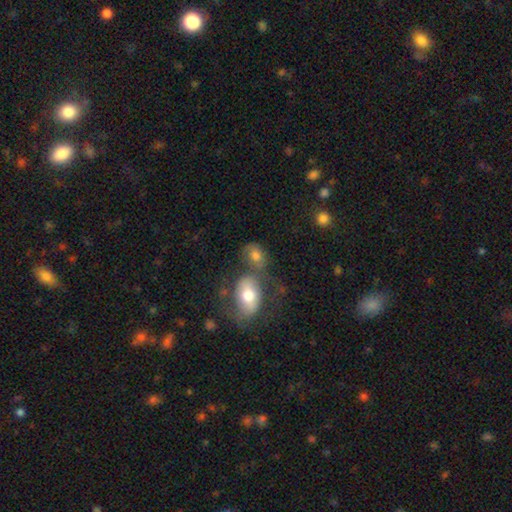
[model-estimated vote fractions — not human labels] Smooth or featured? Predicted: smooth (p=0.69). How rounded? Predicted: in between (p=0.73). Merging? Predicted: none (p=0.40).